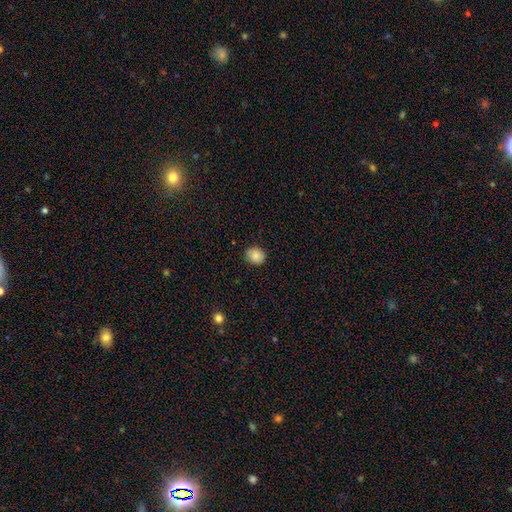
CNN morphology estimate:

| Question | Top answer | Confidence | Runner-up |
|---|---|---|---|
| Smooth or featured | smooth | 86% | star or artifact (9%) |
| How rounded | round | 80% | in between (20%) |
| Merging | none | 88% | minor disturbance (9%) |